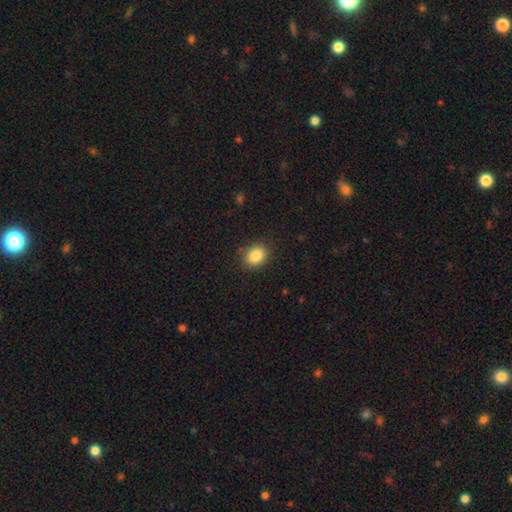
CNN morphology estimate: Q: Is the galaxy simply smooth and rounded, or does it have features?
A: smooth — 86%.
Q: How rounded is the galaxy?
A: in between — 58%.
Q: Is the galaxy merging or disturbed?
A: none — 86%.